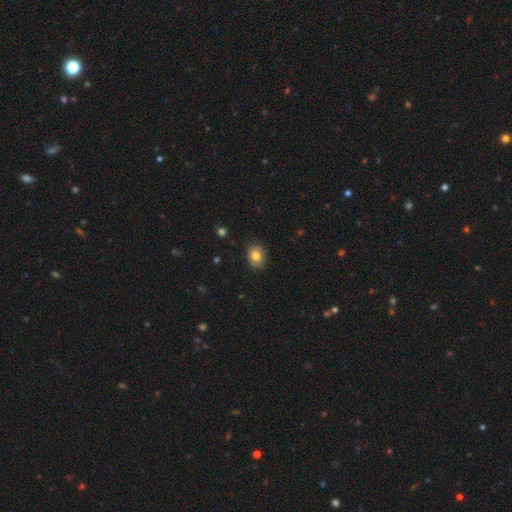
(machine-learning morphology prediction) smooth_or_featured: smooth (p=0.81) [alt: featured or disk p=0.11]
how_rounded: in between (p=0.64) [alt: round p=0.35]
merging: none (p=0.85) [alt: minor disturbance p=0.12]